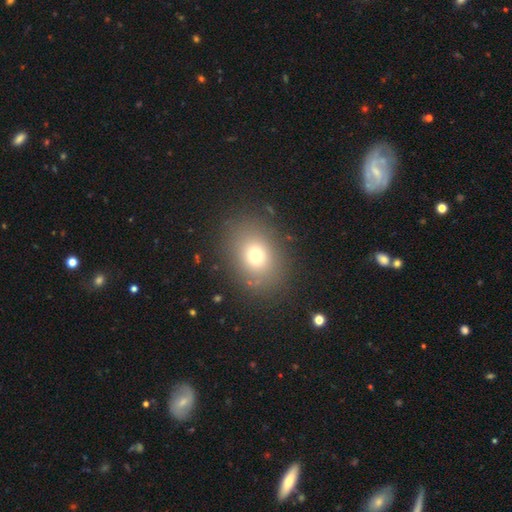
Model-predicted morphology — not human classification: The model was most divided on "how rounded": in between: 53%, round: 46%, cigar-shaped: 1%. More confident: merging — none (84%); smooth or featured — smooth (71%).